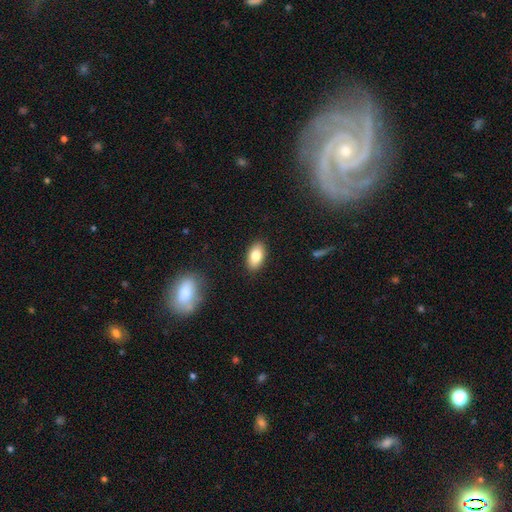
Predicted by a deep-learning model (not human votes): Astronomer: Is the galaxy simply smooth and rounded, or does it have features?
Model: smooth — 82%.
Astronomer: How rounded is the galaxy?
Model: in between — 93%.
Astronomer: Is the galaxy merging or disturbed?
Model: none — 88%.